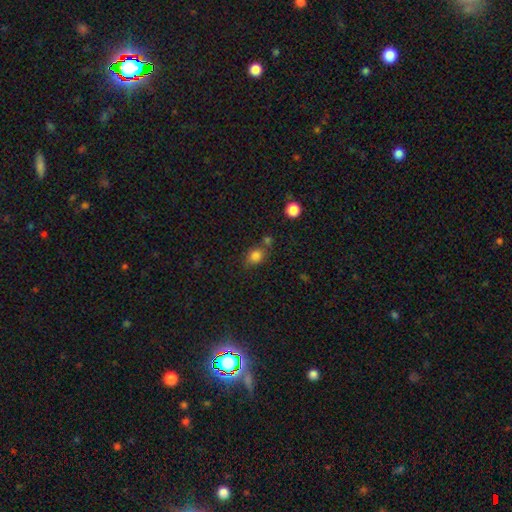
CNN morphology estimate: Q: Smooth or featured?
A: smooth (82%); runner-up: star or artifact (12%)
Q: How rounded?
A: round (52%); runner-up: in between (47%)
Q: Merging?
A: none (59%); runner-up: merger (19%)